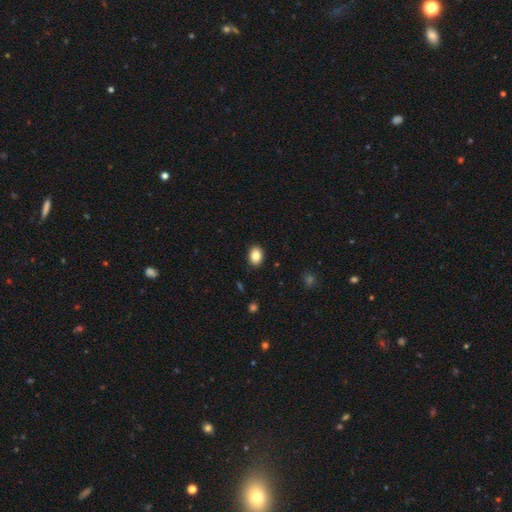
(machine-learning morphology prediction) smooth-or-featured: smooth: 85% | star or artifact: 9% | featured or disk: 6%
  how-rounded: in between: 68% | round: 31% | cigar-shaped: 1%
  merging: none: 89% | minor disturbance: 8% | major disturbance: 2% | merger: 1%